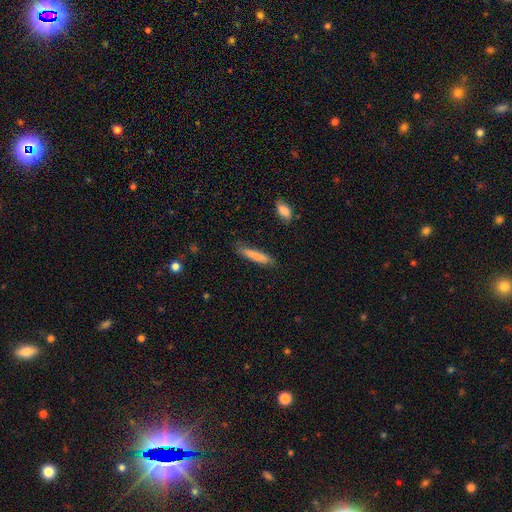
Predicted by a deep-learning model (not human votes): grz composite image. It shows a smooth galaxy with no disk features (84%) that is cigar-shaped (87%). Merging: none (80%).